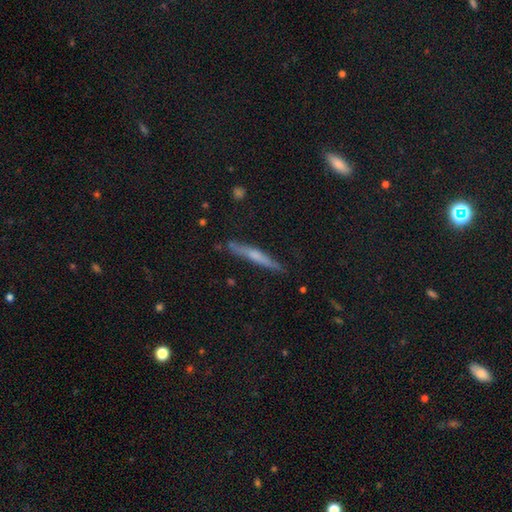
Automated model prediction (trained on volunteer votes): Smooth or featured? Predicted: featured or disk (p=0.53). Edge-on disk? Predicted: yes (p=0.95). Edge-on bulge? Predicted: rounded (p=0.51). Merging? Predicted: none (p=0.84).